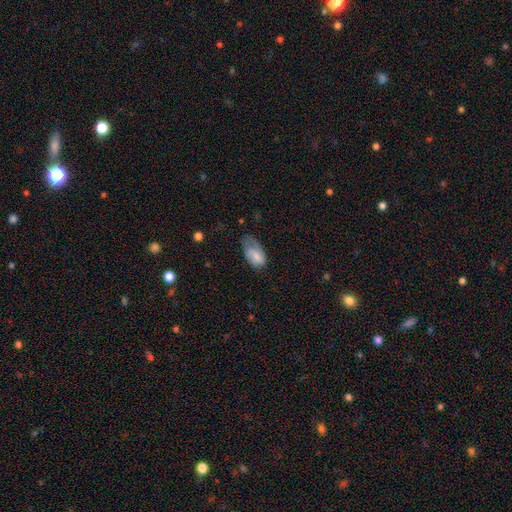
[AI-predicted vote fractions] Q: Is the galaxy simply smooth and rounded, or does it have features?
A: smooth — 71%.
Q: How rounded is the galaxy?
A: in between — 93%.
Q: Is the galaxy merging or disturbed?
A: minor disturbance — 40%.